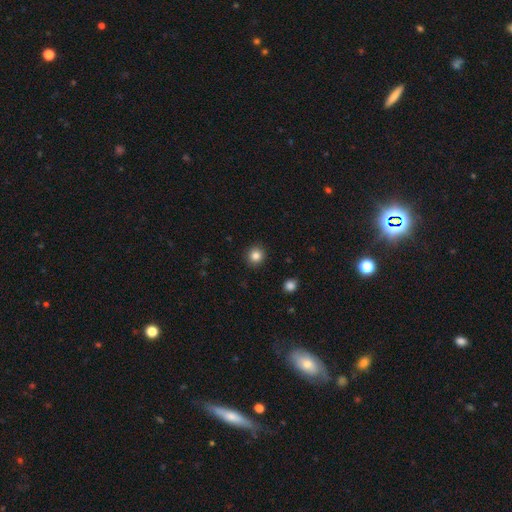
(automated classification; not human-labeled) Smooth or featured: smooth — 84% (star or artifact — 11%)
How rounded: round — 90% (in between — 9%)
Merging: none — 92% (minor disturbance — 5%)